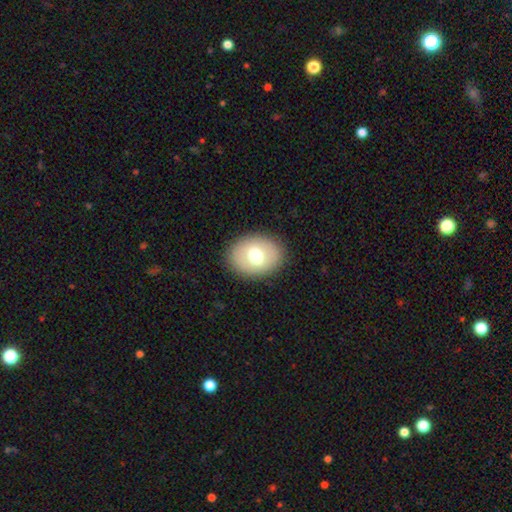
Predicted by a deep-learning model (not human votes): The model was most divided on "how rounded": in between: 61%, round: 38%, cigar-shaped: 1%. More confident: merging — none (88%); smooth or featured — smooth (67%).